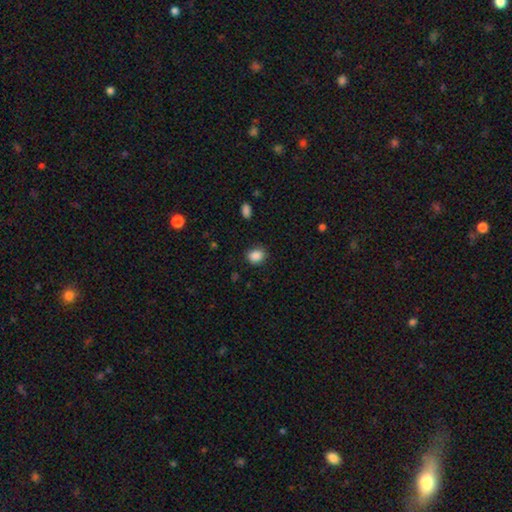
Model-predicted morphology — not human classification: smooth 88%, star or artifact 9%, featured or disk 3%. Down the decision tree: how rounded — round (59%); merging — none (83%).